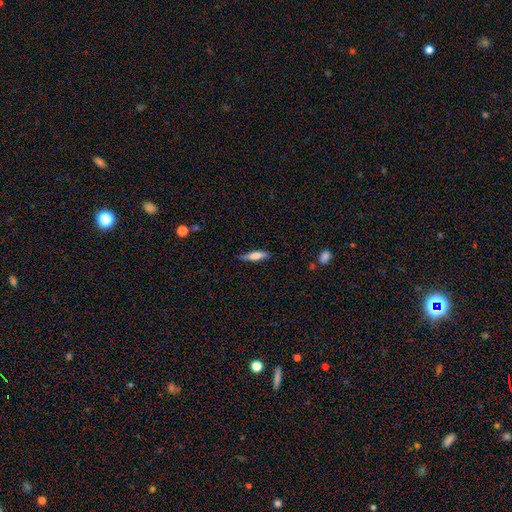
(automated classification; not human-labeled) smooth_or_featured: smooth (p=0.69) [alt: featured or disk p=0.25]
how_rounded: cigar-shaped (p=0.65) [alt: in between p=0.33]
merging: none (p=0.74) [alt: minor disturbance p=0.20]